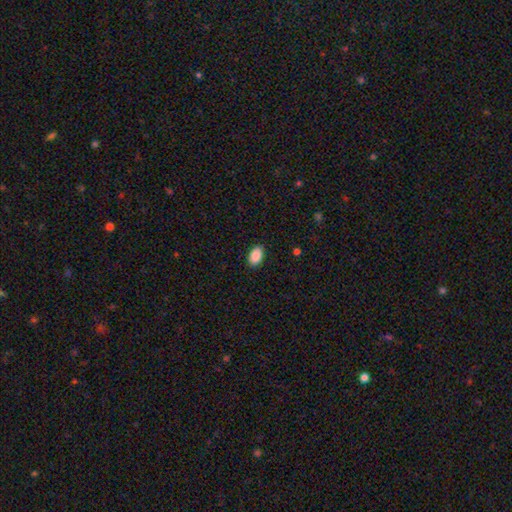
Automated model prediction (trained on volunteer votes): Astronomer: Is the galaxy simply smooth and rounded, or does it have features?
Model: smooth — 89%.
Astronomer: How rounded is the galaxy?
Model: in between — 93%.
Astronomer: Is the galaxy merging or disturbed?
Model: none — 89%.